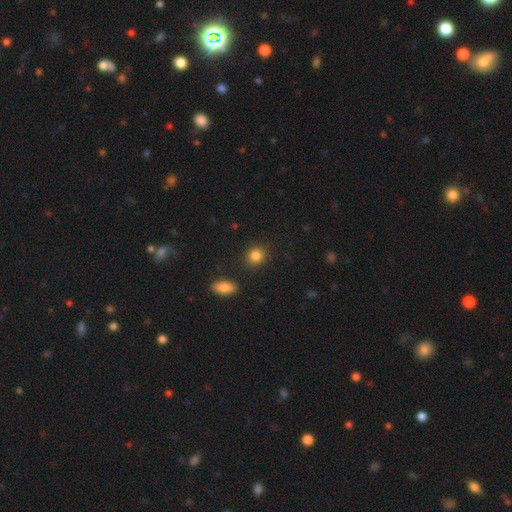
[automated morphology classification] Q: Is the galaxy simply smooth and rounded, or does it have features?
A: smooth — 86%.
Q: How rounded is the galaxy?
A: round — 78%.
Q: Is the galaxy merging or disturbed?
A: none — 88%.